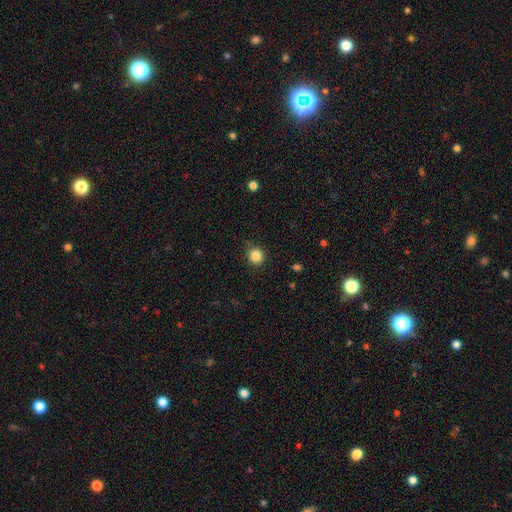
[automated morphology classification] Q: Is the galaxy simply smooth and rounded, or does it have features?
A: smooth — 85%.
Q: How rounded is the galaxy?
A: round — 89%.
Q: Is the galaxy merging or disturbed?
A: none — 85%.